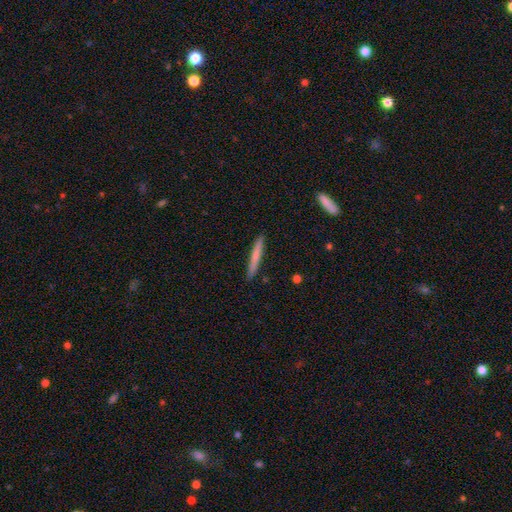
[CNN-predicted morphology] Overall: smooth (70%). How rounded: cigar-shaped (96%). Merging: none (90%).